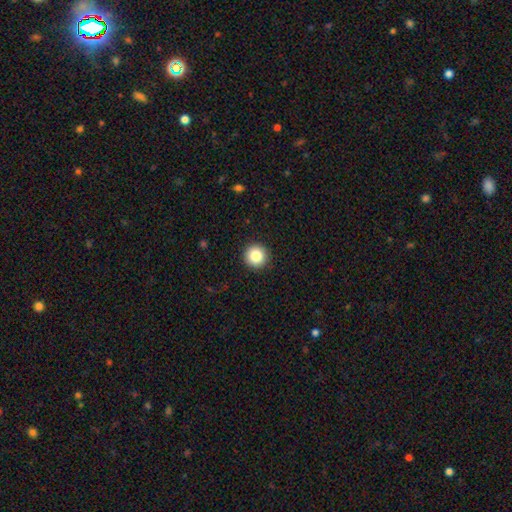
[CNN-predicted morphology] This appears to be a smooth galaxy with no disk features (86%) that is round (96%). Merging: none (93%).